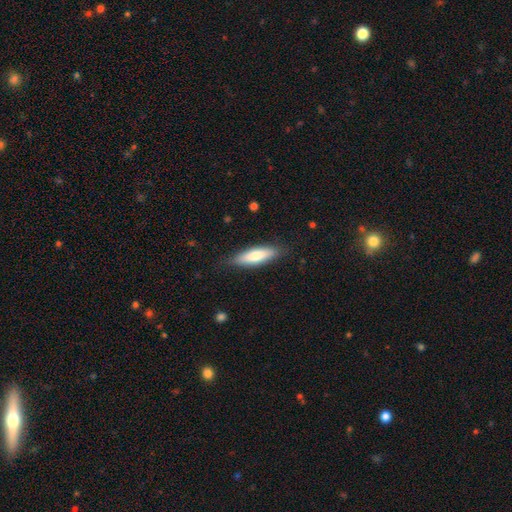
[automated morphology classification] Smooth or featured? Predicted: smooth (p=0.73). How rounded? Predicted: cigar-shaped (p=0.54). Merging? Predicted: none (p=0.83).